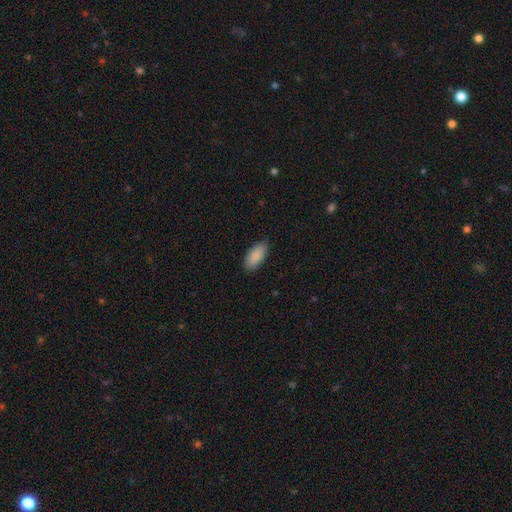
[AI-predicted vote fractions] Q: Smooth or featured?
A: smooth (90%); runner-up: star or artifact (6%)
Q: How rounded?
A: in between (91%); runner-up: cigar-shaped (7%)
Q: Merging?
A: none (86%); runner-up: minor disturbance (11%)